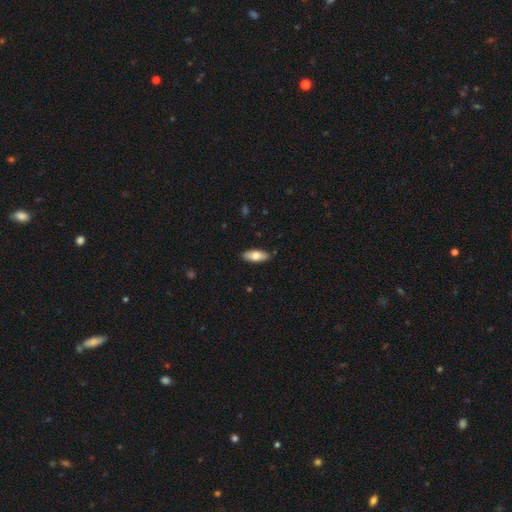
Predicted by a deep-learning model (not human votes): Smooth or featured? Predicted: smooth (p=0.76). How rounded? Predicted: in between (p=0.81). Merging? Predicted: none (p=0.88).